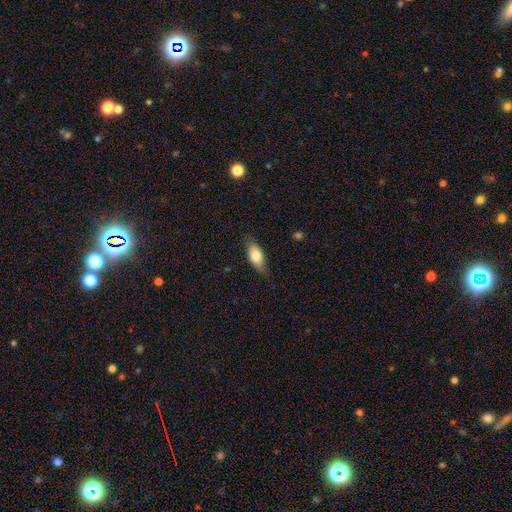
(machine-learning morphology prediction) Smooth or featured?
  - smooth: 74% *
  - featured or disk: 20%
  - star or artifact: 7%
How rounded?
  - in between: 83% *
  - cigar-shaped: 13%
  - round: 4%
Merging?
  - none: 76% *
  - minor disturbance: 19%
  - major disturbance: 4%
  - merger: 1%